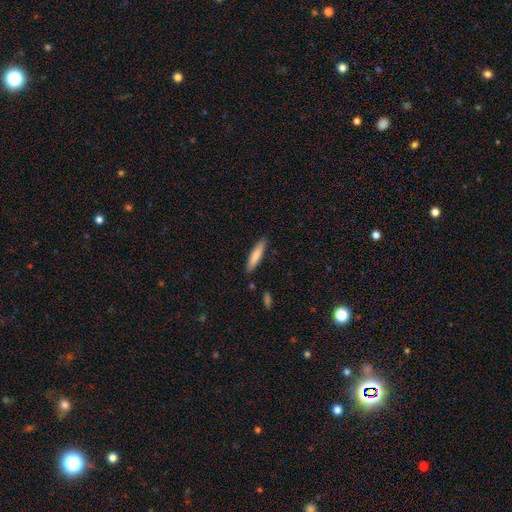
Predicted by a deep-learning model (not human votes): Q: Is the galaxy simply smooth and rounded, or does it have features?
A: smooth — 79%.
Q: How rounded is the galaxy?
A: cigar-shaped — 85%.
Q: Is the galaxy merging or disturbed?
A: none — 87%.